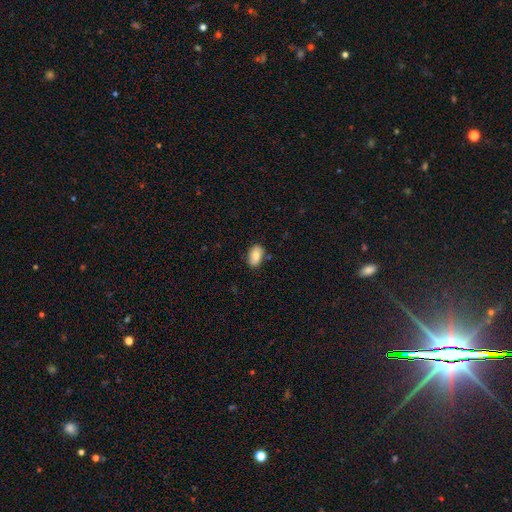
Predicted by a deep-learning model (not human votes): Q: Smooth or featured?
A: smooth (84%); runner-up: featured or disk (9%)
Q: How rounded?
A: in between (91%); runner-up: round (7%)
Q: Merging?
A: none (83%); runner-up: minor disturbance (12%)